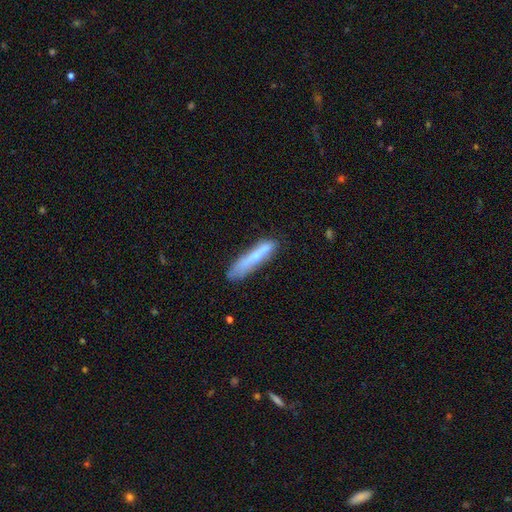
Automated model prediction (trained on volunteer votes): Smooth or featured? smooth (59%)
How rounded? cigar-shaped (89%)
Merging? none (58%)